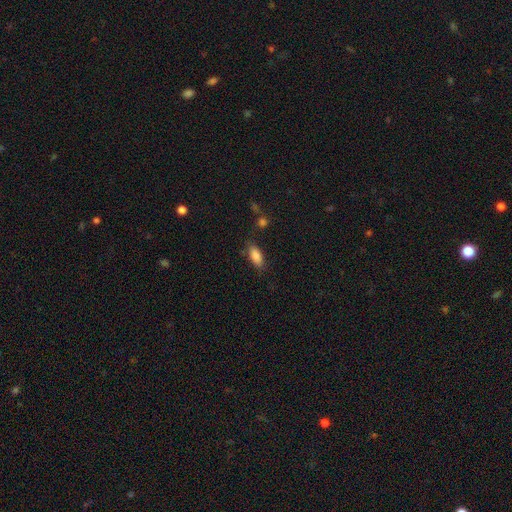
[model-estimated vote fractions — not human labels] A smooth galaxy with no disk features (86%) that is in between round and cigar-shaped (86%). Merging: none (75%).